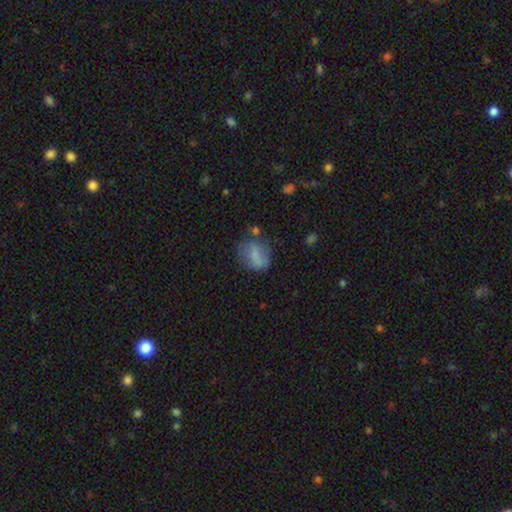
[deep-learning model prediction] This appears to be a smooth galaxy with no disk features (66%) that is in between round and cigar-shaped (61%). Merging: none (48%).